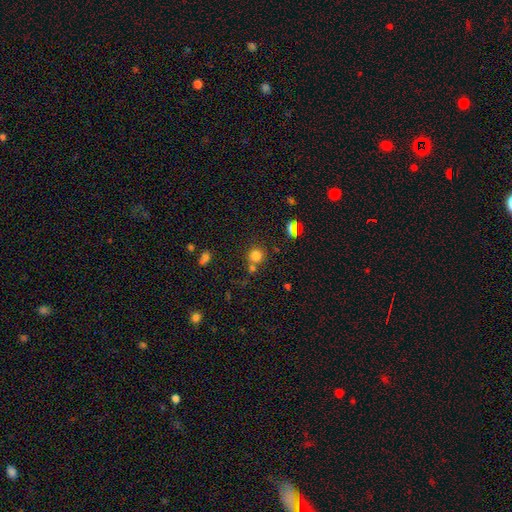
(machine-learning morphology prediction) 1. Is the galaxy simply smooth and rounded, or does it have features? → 73% smooth, 20% star or artifact, 7% featured or disk.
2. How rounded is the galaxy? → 90% round, 9% in between, 1% cigar-shaped.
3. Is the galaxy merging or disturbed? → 63% none, 24% merger, 9% minor disturbance, 4% major disturbance.